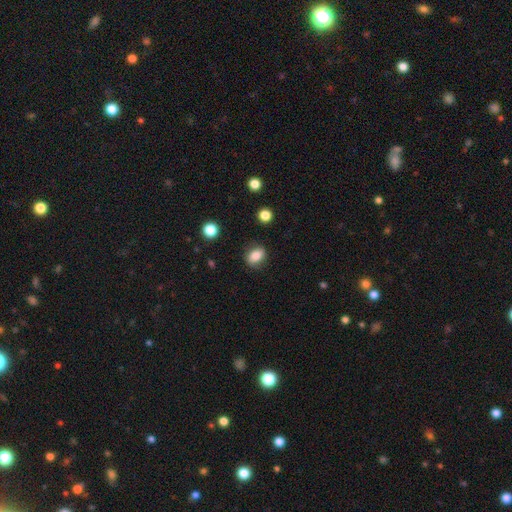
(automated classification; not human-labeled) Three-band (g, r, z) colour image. It shows a smooth galaxy with no disk features (82%) that is in between round and cigar-shaped (69%). Merging: none (84%).